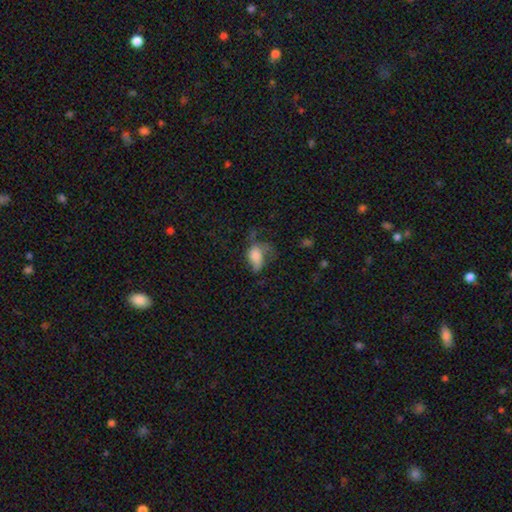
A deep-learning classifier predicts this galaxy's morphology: A smooth galaxy with no disk features (66%) that is in between round and cigar-shaped (86%).

Vote fractions:
- Smooth or featured? smooth: 66% / featured or disk: 23% / star or artifact: 11%
- How rounded? in between: 86% / round: 12% / cigar-shaped: 3%
- Merging? major disturbance: 45% / minor disturbance: 25% / none: 25% / merger: 5%